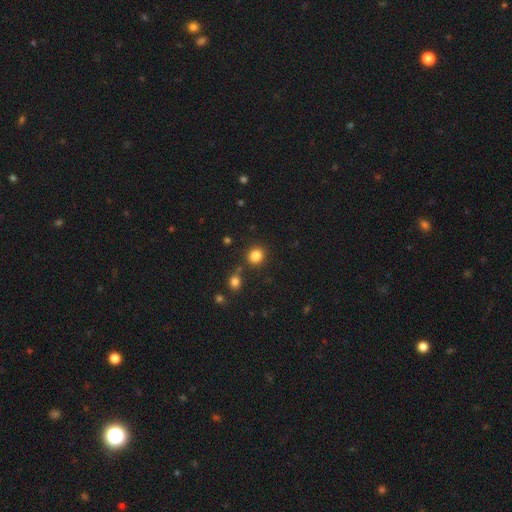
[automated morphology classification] Q: Smooth or featured?
A: smooth (83%); runner-up: star or artifact (12%)
Q: How rounded?
A: round (80%); runner-up: in between (20%)
Q: Merging?
A: none (83%); runner-up: minor disturbance (8%)